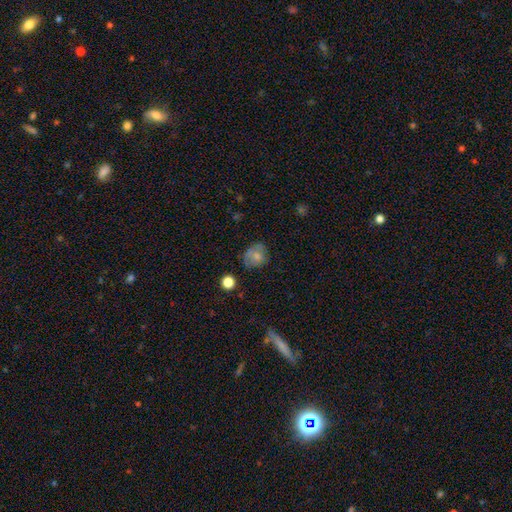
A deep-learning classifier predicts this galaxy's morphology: Smooth or featured? smooth (68%)
How rounded? round (65%)
Merging? none (57%)